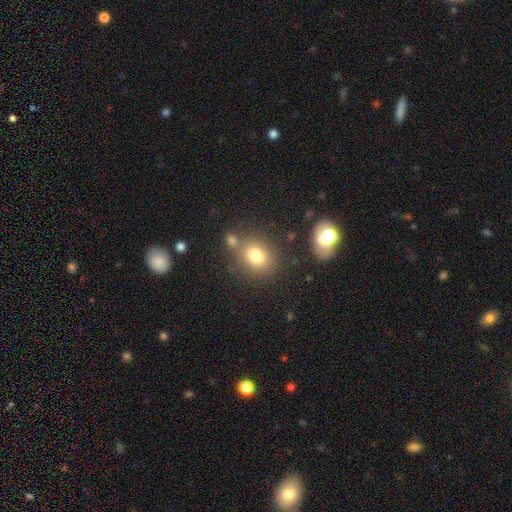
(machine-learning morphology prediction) type=smooth (78%); roundness=round (55%); merging=none (67%).